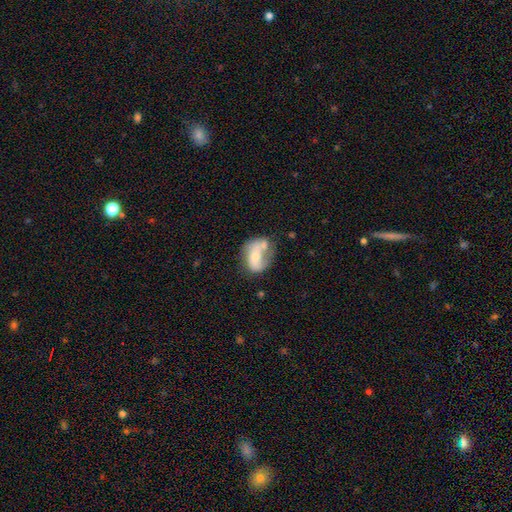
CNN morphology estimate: Smooth or featured? Predicted: featured or disk (p=0.53). Edge-on disk? Predicted: no (p=0.97). Bar? Predicted: no (p=0.70). Spiral arms? Predicted: yes (p=0.57). Bulge size? Predicted: moderate (p=0.47). Merging? Predicted: none (p=0.31).